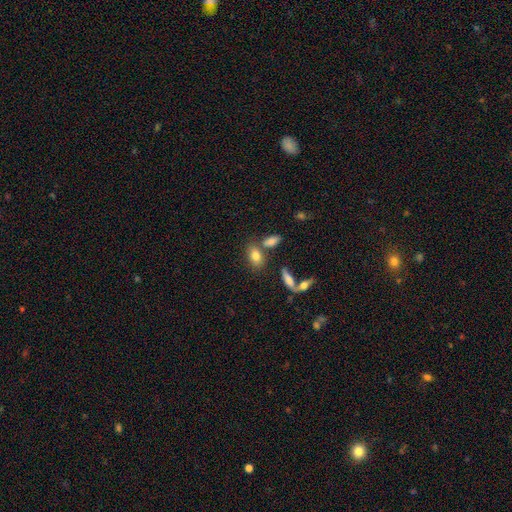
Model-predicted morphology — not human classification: smooth_or_featured: smooth (p=0.79) [alt: featured or disk p=0.12]
how_rounded: in between (p=0.85) [alt: round p=0.11]
merging: none (p=0.61) [alt: merger p=0.21]